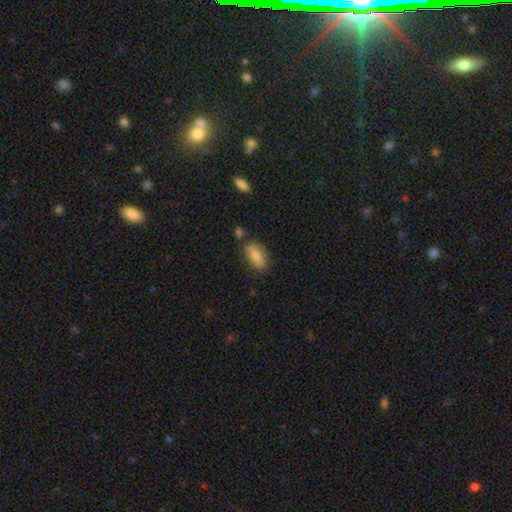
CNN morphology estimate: The model was most divided on "merging": none: 74%, minor disturbance: 17%, merger: 5%, major disturbance: 4%. More confident: how rounded — in between (82%); smooth or featured — smooth (77%).